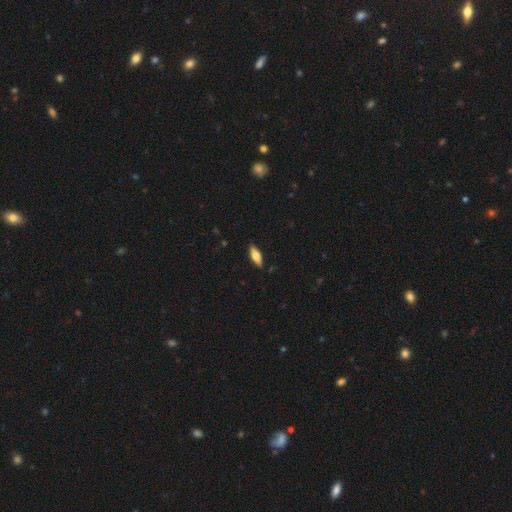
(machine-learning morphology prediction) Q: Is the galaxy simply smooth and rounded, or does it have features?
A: smooth — 63%.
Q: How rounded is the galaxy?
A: in between — 65%.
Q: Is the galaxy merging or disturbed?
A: none — 88%.